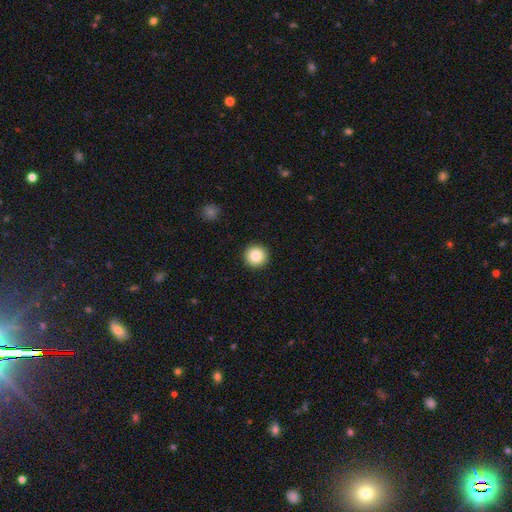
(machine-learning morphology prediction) smooth-or-featured: smooth: 84% | star or artifact: 9% | featured or disk: 7%
  how-rounded: round: 96% | in between: 4% | cigar-shaped: 1%
  merging: none: 93% | minor disturbance: 5% | major disturbance: 2% | merger: 1%